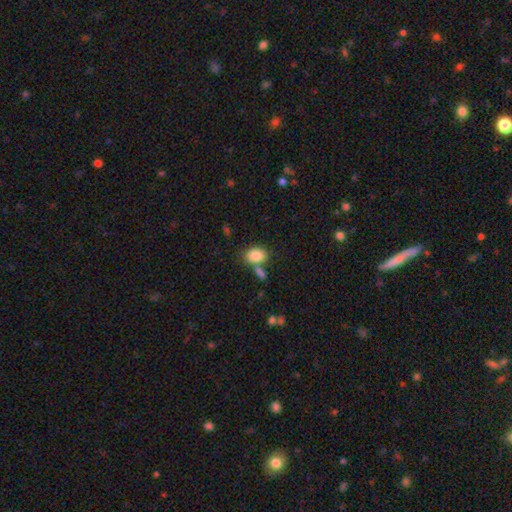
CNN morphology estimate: Smooth or featured? Predicted: smooth (p=0.85). How rounded? Predicted: in between (p=0.81). Merging? Predicted: none (p=0.57).